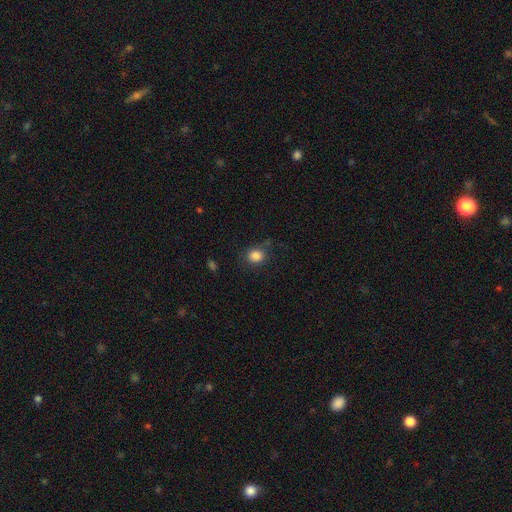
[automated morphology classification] Q: Smooth or featured?
A: smooth (85%); runner-up: star or artifact (10%)
Q: How rounded?
A: round (70%); runner-up: in between (29%)
Q: Merging?
A: none (76%); runner-up: minor disturbance (17%)